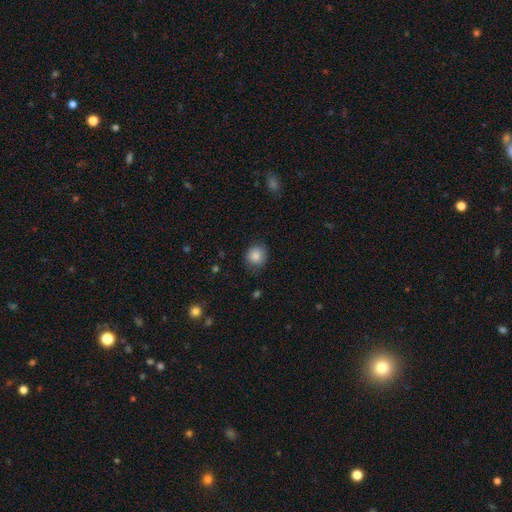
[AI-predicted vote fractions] The model was most divided on "merging": none: 77%, minor disturbance: 18%, major disturbance: 4%, merger: 1%. More confident: smooth or featured — smooth (85%); how rounded — round (85%).